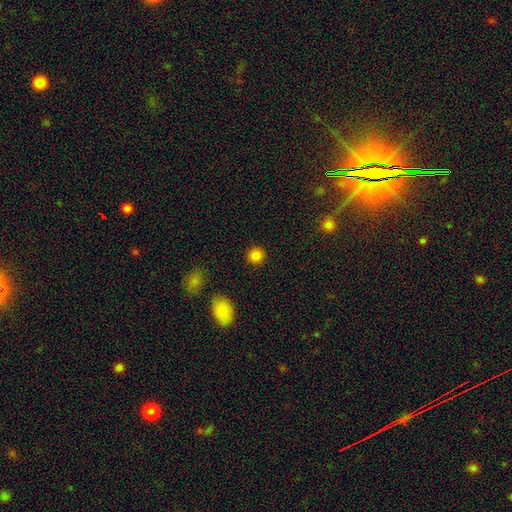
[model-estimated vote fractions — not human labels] A smooth galaxy with no disk features (84%) that is round (91%). Merging: none (91%).